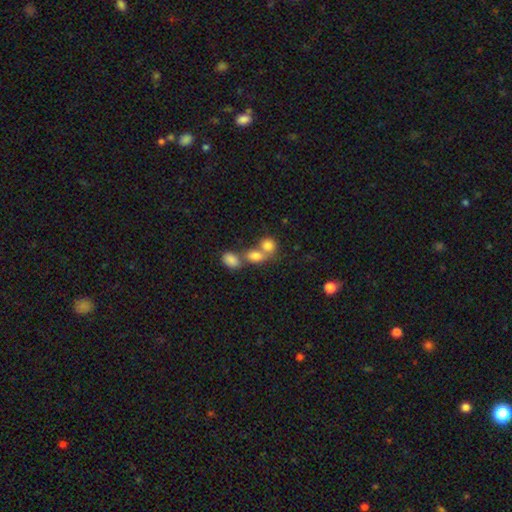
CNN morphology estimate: Smooth or featured? smooth (76%)
How rounded? in between (50%)
Merging? merger (56%)